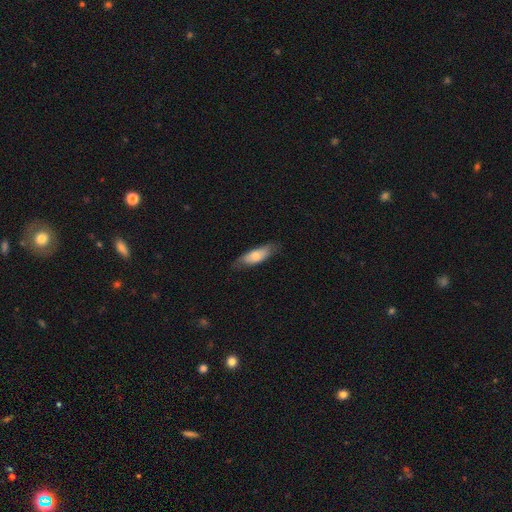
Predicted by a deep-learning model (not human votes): smooth 67%, featured or disk 27%, star or artifact 6%. Down the decision tree: how rounded — in between (62%); merging — none (71%).